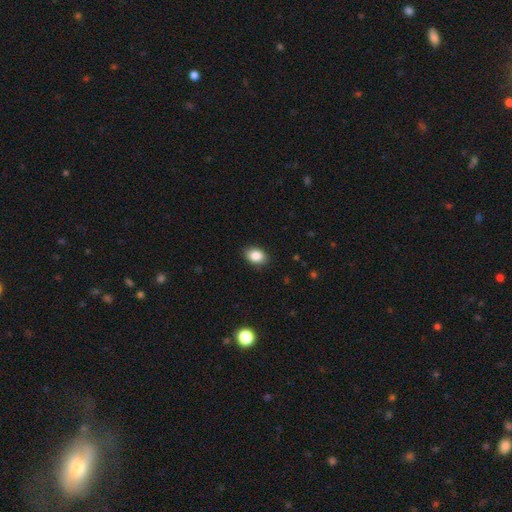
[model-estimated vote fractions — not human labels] Q: Smooth or featured?
A: smooth (87%); runner-up: star or artifact (8%)
Q: How rounded?
A: in between (77%); runner-up: round (22%)
Q: Merging?
A: none (88%); runner-up: minor disturbance (9%)